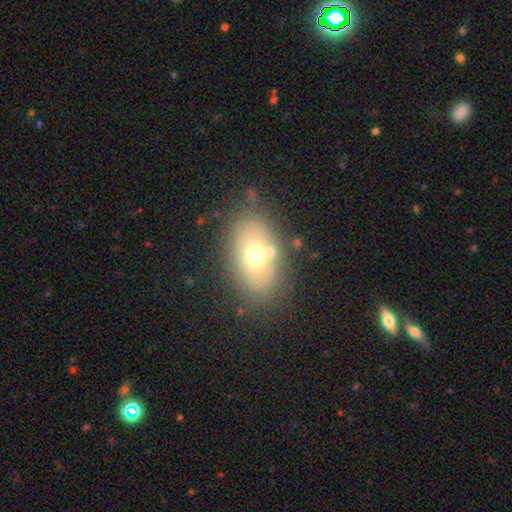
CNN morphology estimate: Q: Smooth or featured?
A: smooth (60%); runner-up: featured or disk (29%)
Q: How rounded?
A: in between (83%); runner-up: round (15%)
Q: Merging?
A: none (72%); runner-up: minor disturbance (14%)